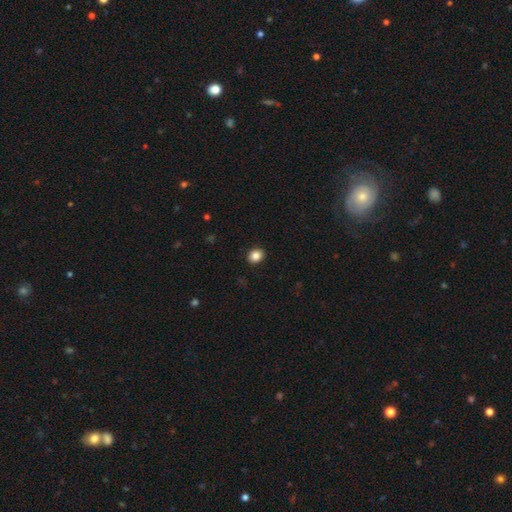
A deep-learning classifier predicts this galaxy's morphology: This appears to be a smooth galaxy with no disk features (86%) that is round (62%). Merging: none (91%).